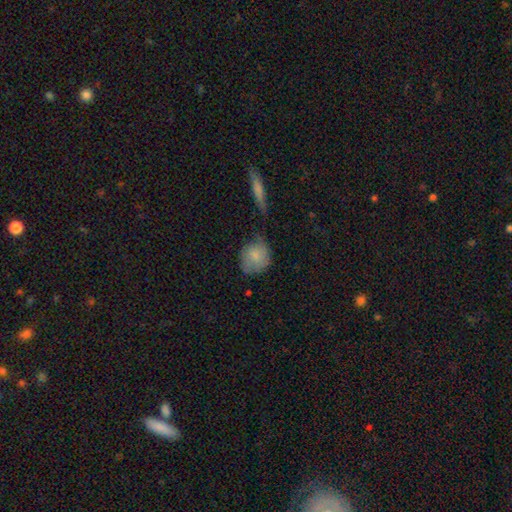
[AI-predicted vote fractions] A smooth galaxy with no disk features (77%) that is round (75%).

Vote fractions:
- Smooth or featured? smooth: 77% / featured or disk: 16% / star or artifact: 7%
- How rounded? round: 75% / in between: 24% / cigar-shaped: 1%
- Merging? none: 55% / minor disturbance: 31% / major disturbance: 10% / merger: 5%